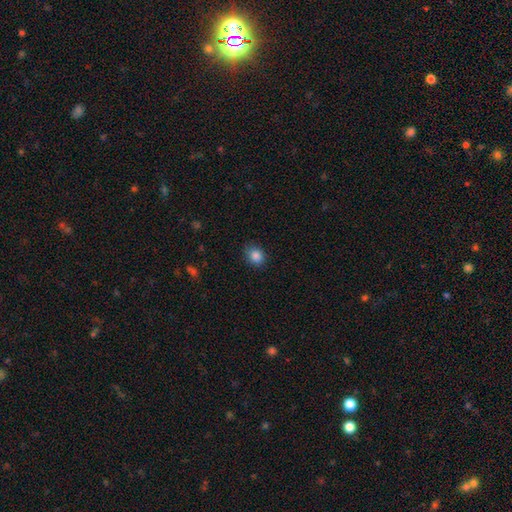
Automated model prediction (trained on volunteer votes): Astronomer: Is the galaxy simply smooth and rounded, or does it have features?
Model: smooth — 86%.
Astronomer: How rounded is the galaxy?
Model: round — 58% (runner-up: in between, 41%).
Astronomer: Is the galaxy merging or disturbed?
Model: none — 85%.